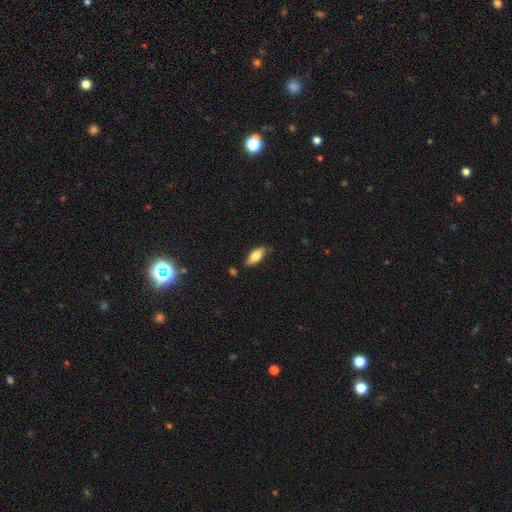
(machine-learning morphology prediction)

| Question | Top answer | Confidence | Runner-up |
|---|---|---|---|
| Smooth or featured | smooth | 77% | featured or disk (17%) |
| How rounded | in between | 80% | cigar-shaped (17%) |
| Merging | none | 81% | minor disturbance (14%) |